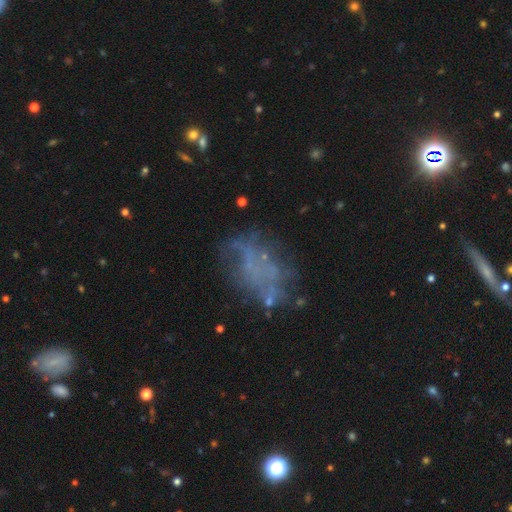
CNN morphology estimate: This is possibly a featured or disk galaxy (50%). It is clearly not viewed edge-on (97%). Merging: possibly none (48%).